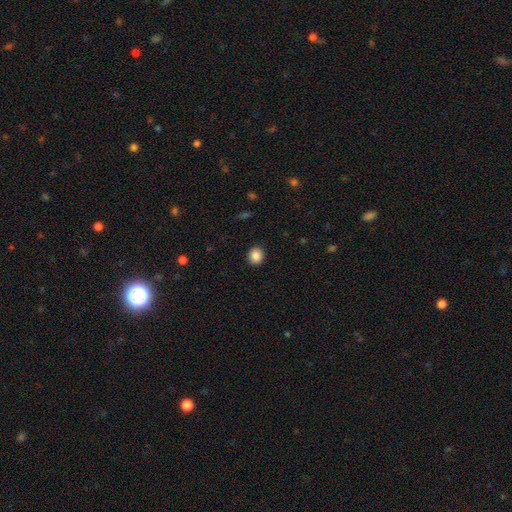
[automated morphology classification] This is clearly a smooth galaxy (87%). How rounded: likely round (76%). Merging: clearly none (92%).